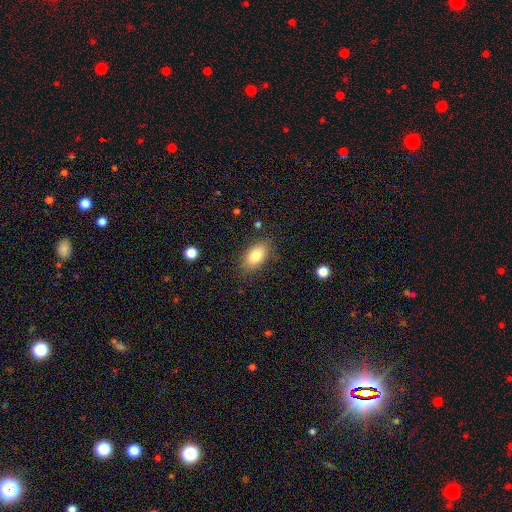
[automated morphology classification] Smooth or featured: smooth — 81% (featured or disk — 11%)
How rounded: in between — 90% (round — 6%)
Merging: none — 83% (minor disturbance — 12%)